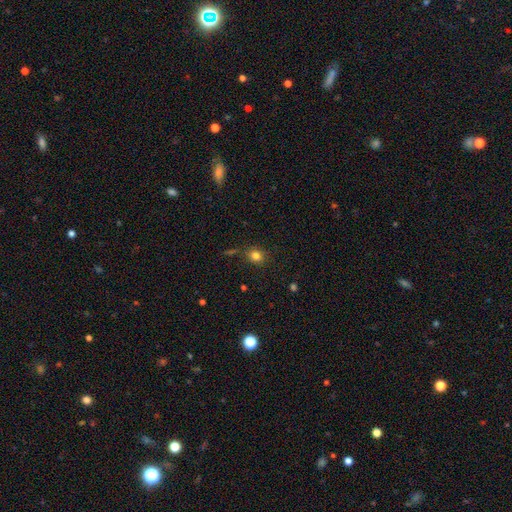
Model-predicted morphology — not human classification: Smooth or featured? Predicted: smooth (p=0.80). How rounded? Predicted: round (p=0.73). Merging? Predicted: none (p=0.82).